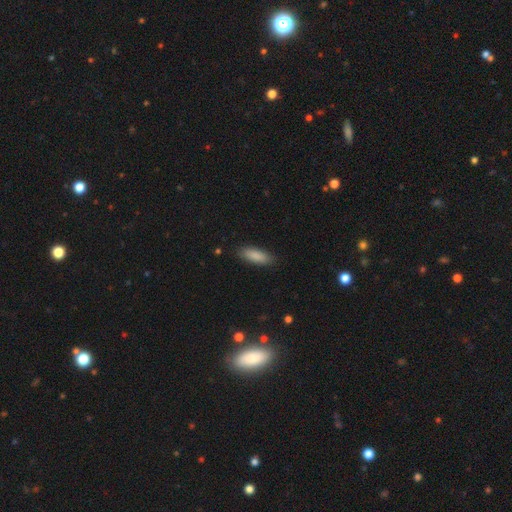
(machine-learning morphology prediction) Smooth or featured: smooth — 87% (featured or disk — 7%)
How rounded: in between — 61% (cigar-shaped — 37%)
Merging: none — 87% (minor disturbance — 10%)